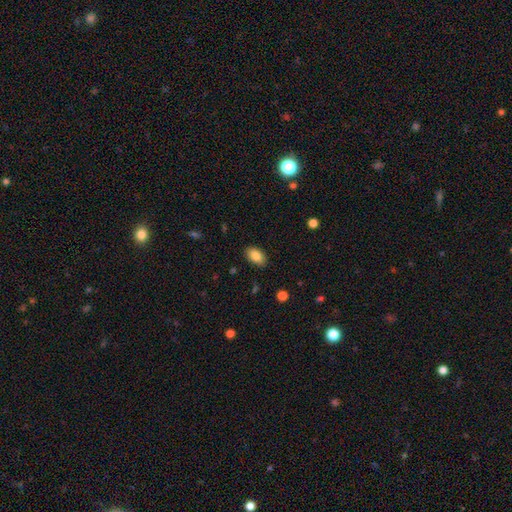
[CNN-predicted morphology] A smooth galaxy with no disk features (85%) that is in between round and cigar-shaped (91%). Merging: none (87%).